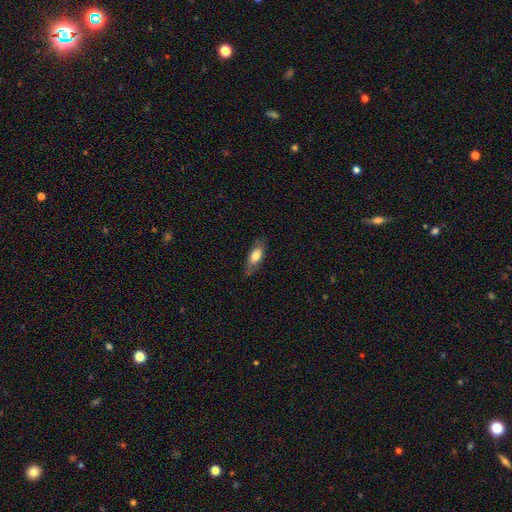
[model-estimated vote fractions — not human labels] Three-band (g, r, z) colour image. It shows a smooth galaxy with no disk features (70%) that is in between round and cigar-shaped (71%). Merging: none (75%).